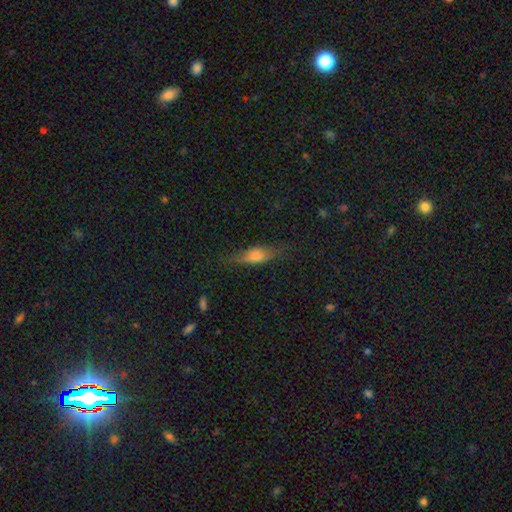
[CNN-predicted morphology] type=smooth (57%); roundness=in between (50%); merging=none (74%).